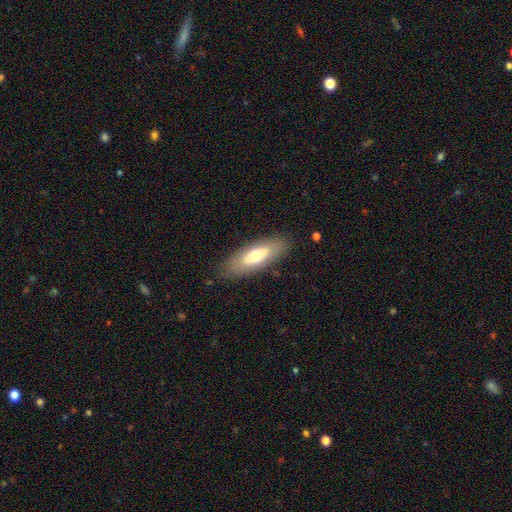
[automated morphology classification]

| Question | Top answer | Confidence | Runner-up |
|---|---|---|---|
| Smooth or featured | smooth | 58% | featured or disk (36%) |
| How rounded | in between | 70% | cigar-shaped (28%) |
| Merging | none | 84% | minor disturbance (12%) |